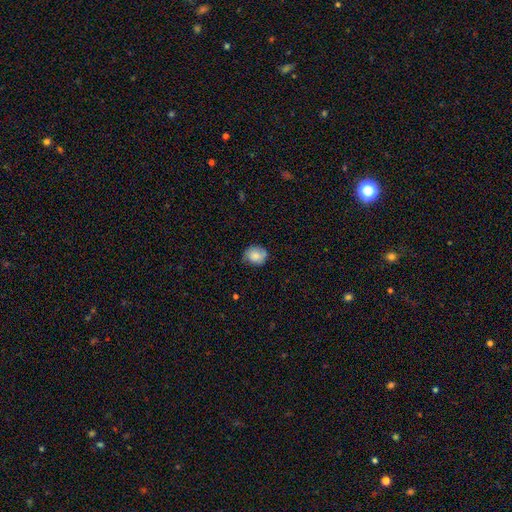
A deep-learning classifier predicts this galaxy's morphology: This appears to be a smooth galaxy with no disk features (77%) that is round (72%). Merging: none (71%).